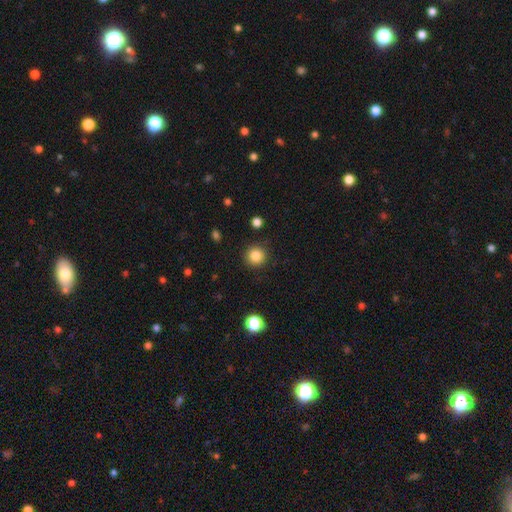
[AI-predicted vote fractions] smooth 85%, star or artifact 10%, featured or disk 4%. Down the decision tree: how rounded — round (93%); merging — none (90%).